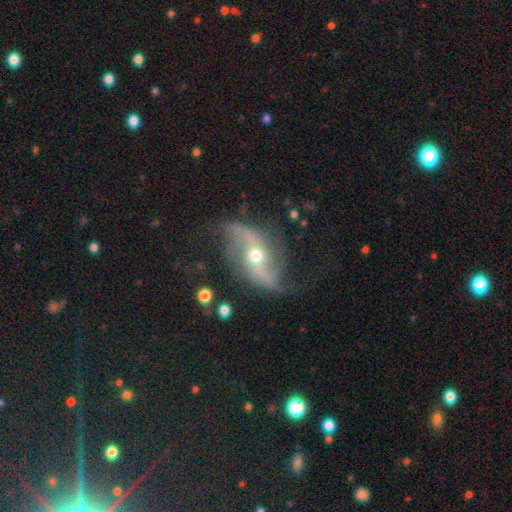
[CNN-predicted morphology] smooth_or_featured: featured or disk (p=0.88) [alt: smooth p=0.06]
disk_edge_on: no (p=0.94) [alt: yes p=0.06]
bar: no (p=0.40) [alt: weak p=0.31]
has_spiral_arms: yes (p=0.95) [alt: no p=0.05]
spiral_winding: loose (p=0.80) [alt: medium p=0.15]
spiral_arm_count: 2 (p=0.93) [alt: can't tell p=0.02]
bulge_size: moderate (p=0.64) [alt: small p=0.31]
merging: none (p=0.69) [alt: minor disturbance p=0.19]